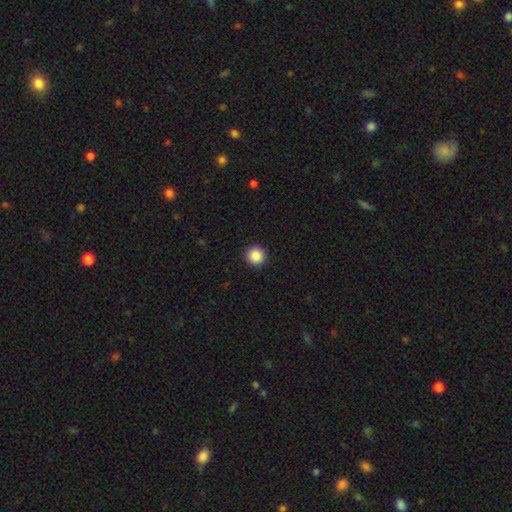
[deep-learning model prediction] This is clearly a smooth galaxy (88%). How rounded: clearly round (96%). Merging: clearly none (93%).